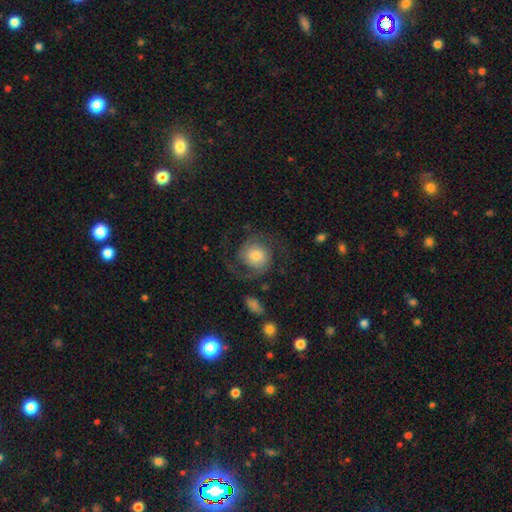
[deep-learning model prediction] featured or disk 73%, smooth 20%, star or artifact 7%. Down the decision tree: edge-on disk — no (98%); bar — no (74%); spiral arms — yes (95%); spiral arm count — 2 (87%); spiral winding — medium (47%); bulge size — moderate (46%); merging — none (68%).